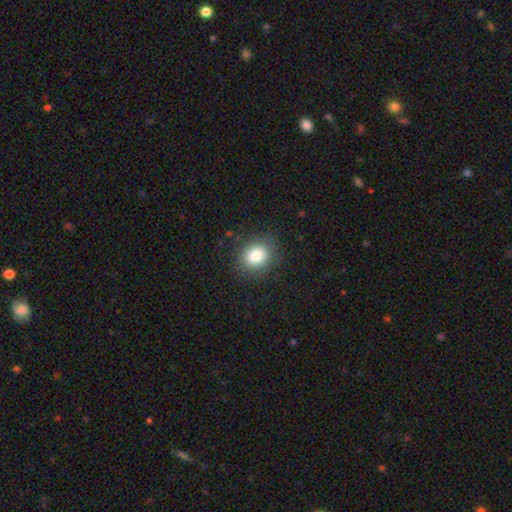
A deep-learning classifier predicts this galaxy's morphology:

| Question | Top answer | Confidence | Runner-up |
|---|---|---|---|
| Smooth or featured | smooth | 82% | star or artifact (10%) |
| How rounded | round | 67% | in between (32%) |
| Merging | none | 85% | minor disturbance (10%) |